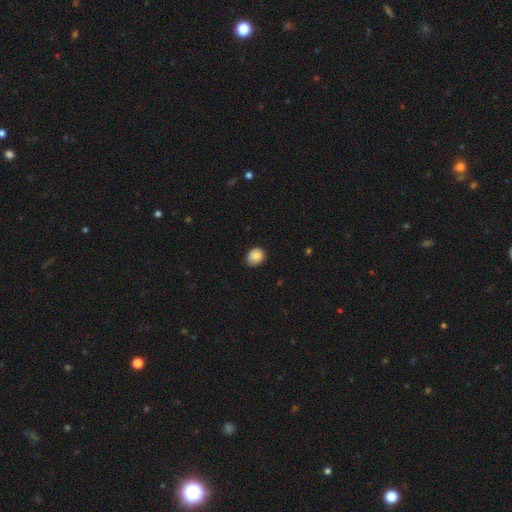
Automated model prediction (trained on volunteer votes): Overall: smooth (86%). How rounded: round (75%). Merging: none (82%).